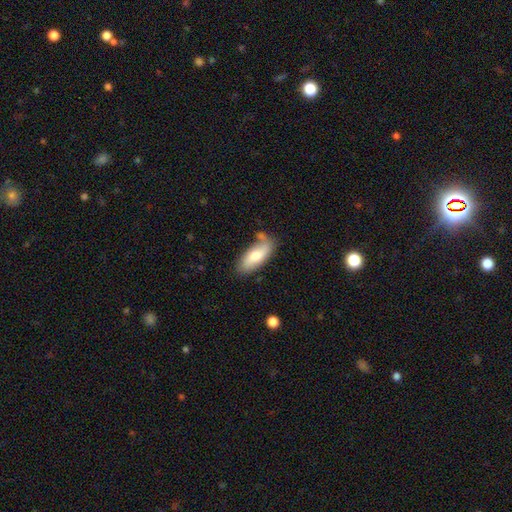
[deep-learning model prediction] Overall: smooth (70%). How rounded: in between (77%). Merging: none (70%).